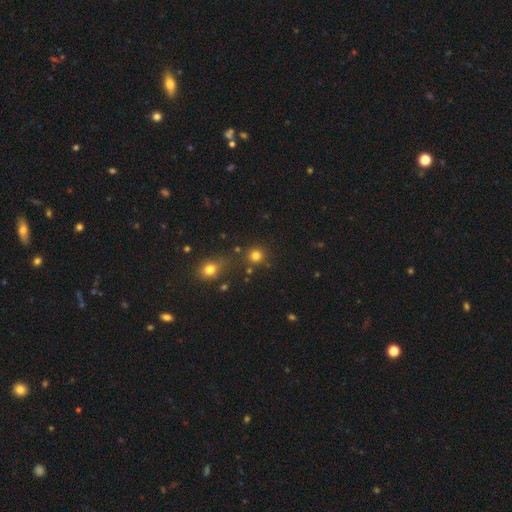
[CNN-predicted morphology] Overall: smooth (79%). How rounded: round (92%). Merging: none (80%).